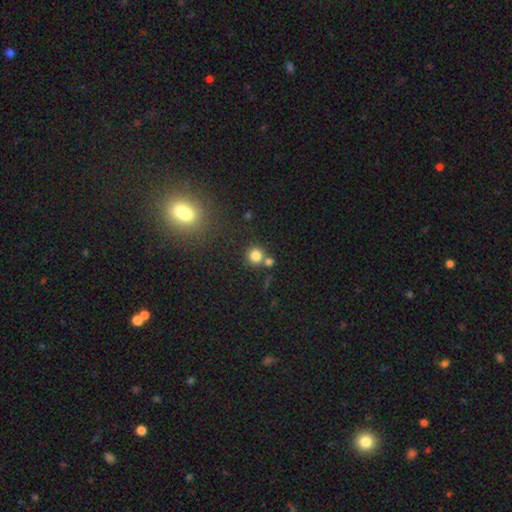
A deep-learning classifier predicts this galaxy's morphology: Smooth or featured: smooth — 80% (star or artifact — 13%)
How rounded: round — 92% (in between — 7%)
Merging: none — 66% (merger — 23%)